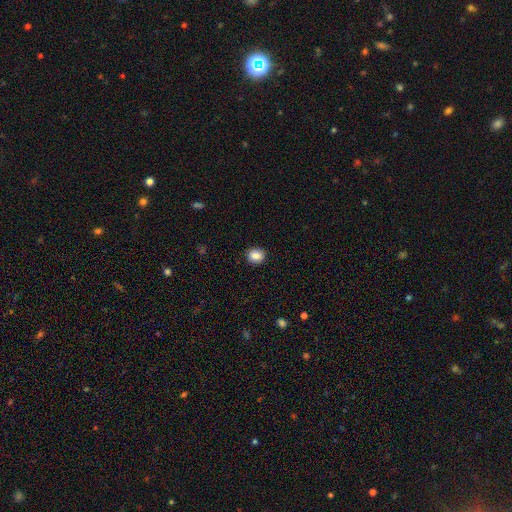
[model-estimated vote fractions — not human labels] smooth-or-featured: smooth: 87% | star or artifact: 9% | featured or disk: 4%
  how-rounded: round: 70% | in between: 29% | cigar-shaped: 1%
  merging: none: 90% | minor disturbance: 7% | major disturbance: 2% | merger: 1%